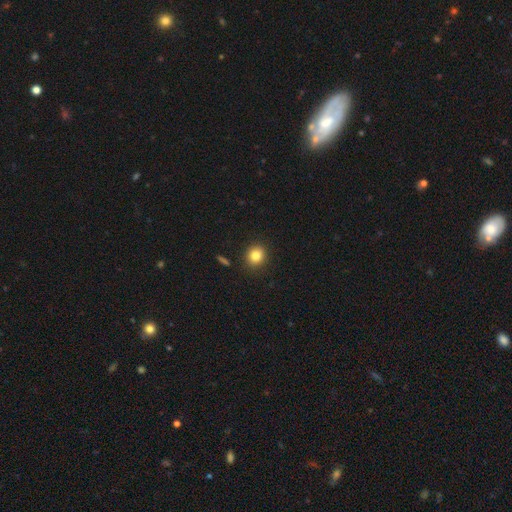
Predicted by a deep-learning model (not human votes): This appears to be a smooth galaxy with no disk features (83%) that is round (83%). Merging: none (89%).